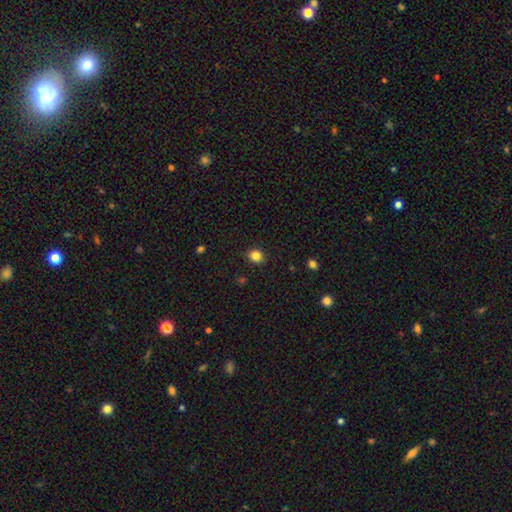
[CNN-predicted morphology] Overall: smooth (84%). How rounded: round (73%). Merging: none (90%).